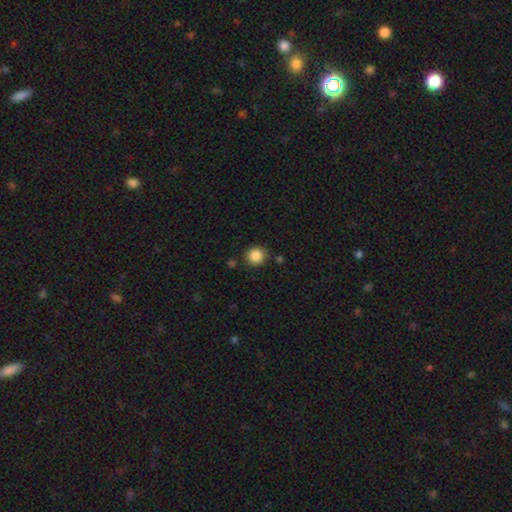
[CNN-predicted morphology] Smooth or featured: smooth — 87% (star or artifact — 10%)
How rounded: round — 91% (in between — 8%)
Merging: none — 85% (minor disturbance — 9%)